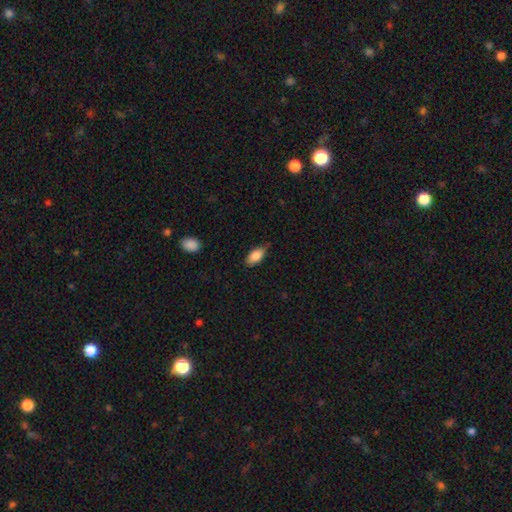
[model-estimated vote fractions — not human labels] A smooth galaxy with no disk features (85%) that is in between round and cigar-shaped (89%). Merging: none (67%).